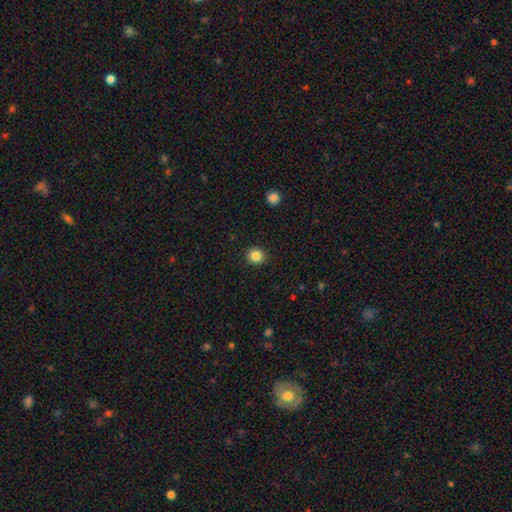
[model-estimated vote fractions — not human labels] Smooth or featured?
  - smooth: 85% *
  - star or artifact: 11%
  - featured or disk: 4%
How rounded?
  - round: 89% *
  - in between: 10%
  - cigar-shaped: 1%
Merging?
  - none: 92% *
  - minor disturbance: 5%
  - major disturbance: 2%
  - merger: 1%